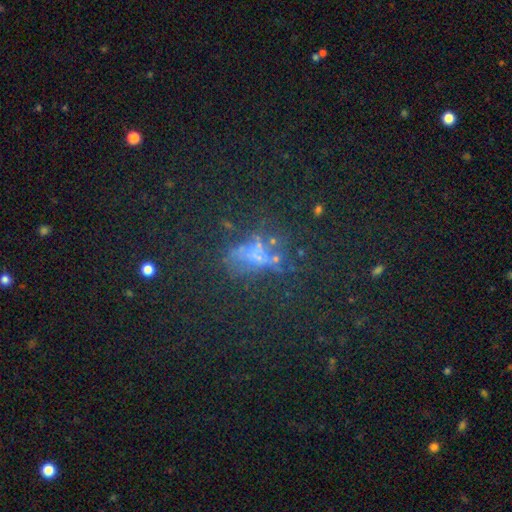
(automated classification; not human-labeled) This is marginally a star or artifact rather than a galaxy (39%).